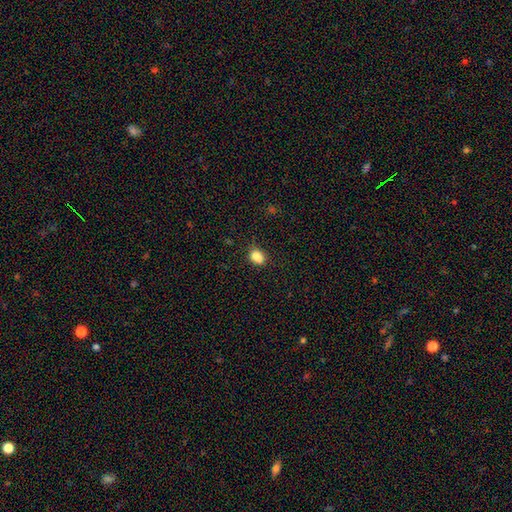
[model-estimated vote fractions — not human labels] This appears to be a smooth galaxy with no disk features (82%) that is in between round and cigar-shaped (64%). Merging: none (63%).